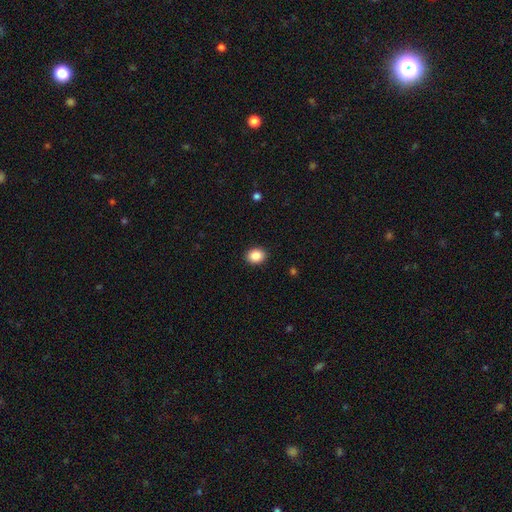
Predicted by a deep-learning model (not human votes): A smooth galaxy with no disk features (88%) that is round (52%).

Vote fractions:
- Smooth or featured? smooth: 88% / star or artifact: 9% / featured or disk: 3%
- How rounded? round: 52% / in between: 47% / cigar-shaped: 1%
- Merging? none: 91% / minor disturbance: 6% / major disturbance: 2% / merger: 1%